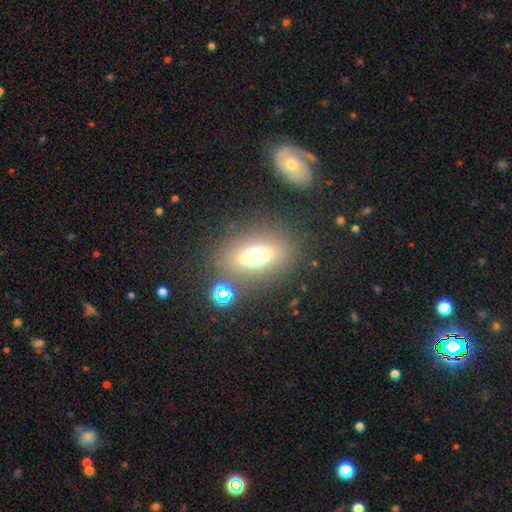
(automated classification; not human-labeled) Morphology: type=smooth (63%); roundness=in between (74%); merging=none (79%).